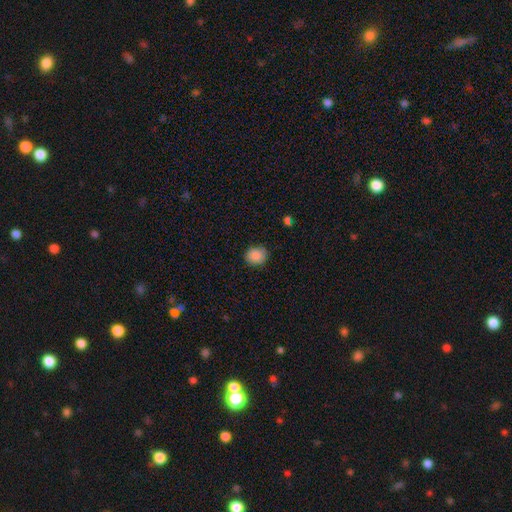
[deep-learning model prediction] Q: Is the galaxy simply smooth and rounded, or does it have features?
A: smooth — 88%.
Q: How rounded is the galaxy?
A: round — 76%.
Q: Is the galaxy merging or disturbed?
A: none — 86%.